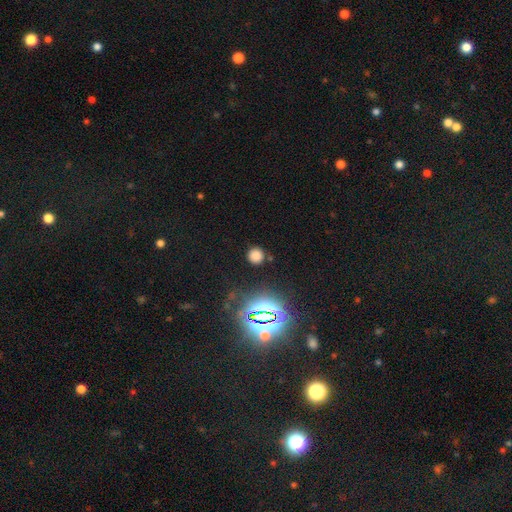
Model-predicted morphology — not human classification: A smooth galaxy with no disk features (71%) that is round (93%). Merging: none (86%).